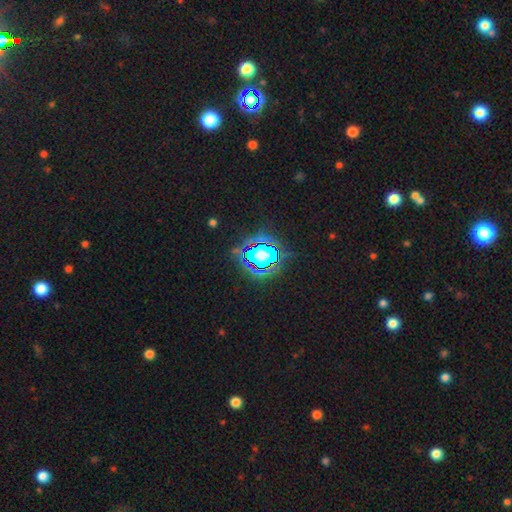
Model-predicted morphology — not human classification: This appears to be a star or artifact, not a galaxy (80%).